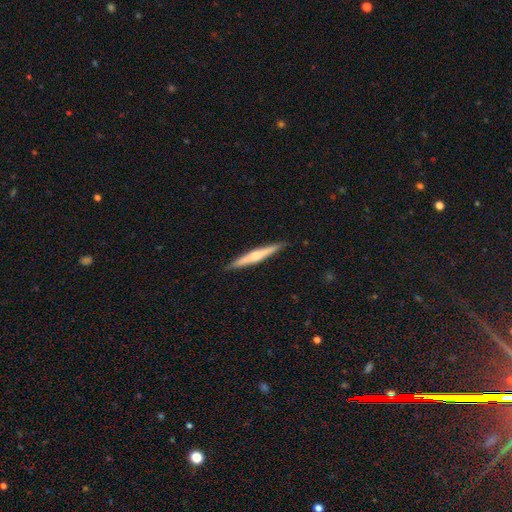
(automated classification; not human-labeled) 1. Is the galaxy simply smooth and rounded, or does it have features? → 54% featured or disk, 40% smooth, 6% star or artifact.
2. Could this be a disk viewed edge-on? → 98% yes, 2% no.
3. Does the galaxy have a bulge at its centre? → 66% rounded, 24% none, 10% boxy.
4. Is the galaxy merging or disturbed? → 91% none, 7% minor disturbance, 1% major disturbance, 1% merger.